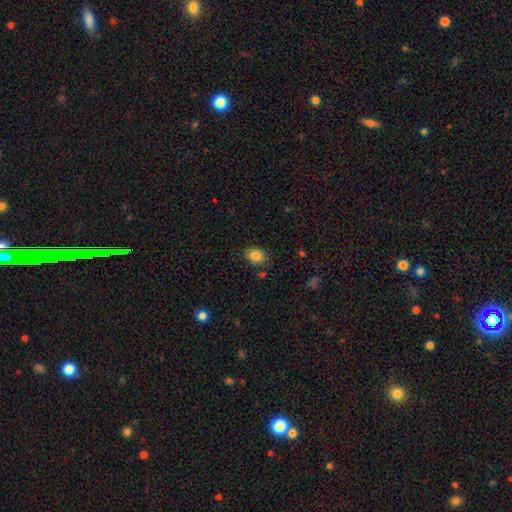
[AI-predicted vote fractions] smooth-or-featured: smooth: 85% | star or artifact: 9% | featured or disk: 6%
  how-rounded: in between: 65% | round: 34% | cigar-shaped: 1%
  merging: none: 81% | minor disturbance: 13% | major disturbance: 3% | merger: 3%